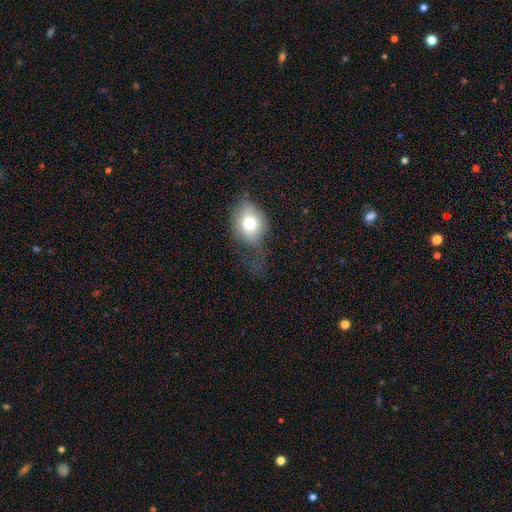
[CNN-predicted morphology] The model was most divided on "merging": major disturbance: 36%, none: 32%, minor disturbance: 29%, merger: 3%. More confident: smooth or featured — smooth (59%); how rounded — in between (55%).